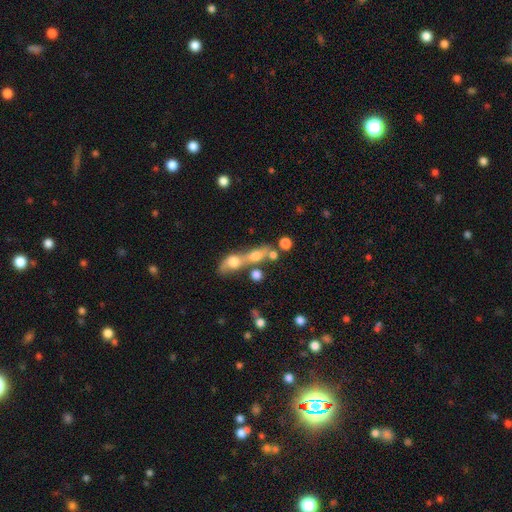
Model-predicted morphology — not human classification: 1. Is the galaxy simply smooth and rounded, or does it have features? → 58% smooth, 28% featured or disk, 15% star or artifact.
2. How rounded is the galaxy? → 48% in between, 31% round, 21% cigar-shaped.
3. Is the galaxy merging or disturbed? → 63% merger, 20% none, 9% major disturbance, 8% minor disturbance.